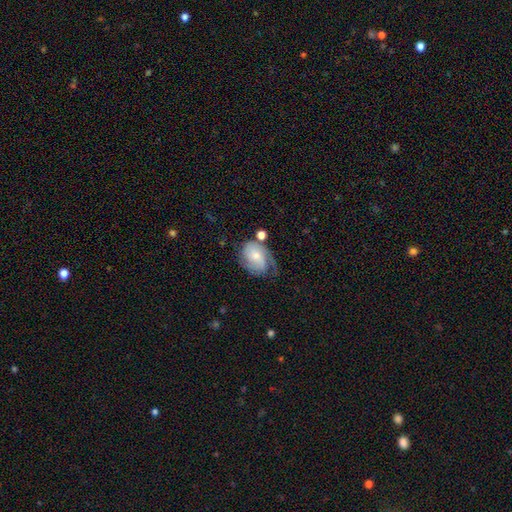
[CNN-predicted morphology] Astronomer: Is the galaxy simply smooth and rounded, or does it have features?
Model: featured or disk — 60%.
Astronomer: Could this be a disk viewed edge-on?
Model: no — 96%.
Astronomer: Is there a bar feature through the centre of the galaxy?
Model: no — 68%.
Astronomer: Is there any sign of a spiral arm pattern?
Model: yes — 87%.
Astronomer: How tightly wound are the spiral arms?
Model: tight — 42% (runner-up: medium, 38%).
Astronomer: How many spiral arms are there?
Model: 2 — 38% (runner-up: 1, 24%).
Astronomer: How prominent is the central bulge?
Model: small — 49% (runner-up: moderate, 38%).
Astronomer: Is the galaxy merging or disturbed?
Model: none — 42% (runner-up: minor disturbance, 27%).